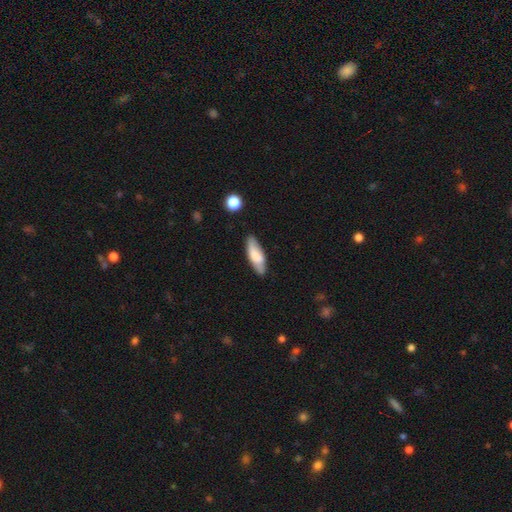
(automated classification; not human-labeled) A smooth galaxy with no disk features (73%) that is in between round and cigar-shaped (58%).

Vote fractions:
- Smooth or featured? smooth: 73% / featured or disk: 21% / star or artifact: 6%
- How rounded? in between: 58% / cigar-shaped: 41% / round: 2%
- Merging? none: 77% / minor disturbance: 18% / major disturbance: 3% / merger: 2%